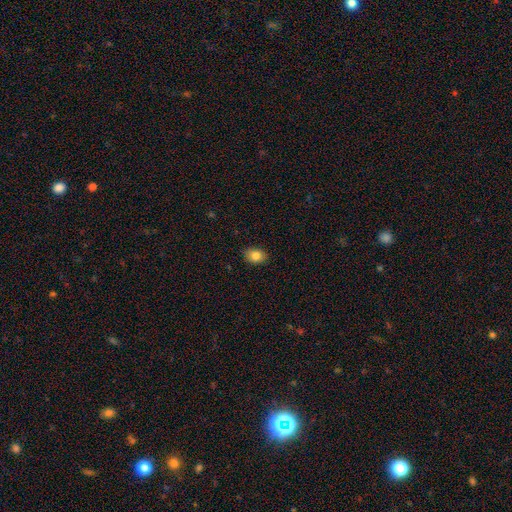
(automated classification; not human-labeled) Smooth or featured? Predicted: smooth (p=0.83). How rounded? Predicted: in between (p=0.75). Merging? Predicted: none (p=0.87).